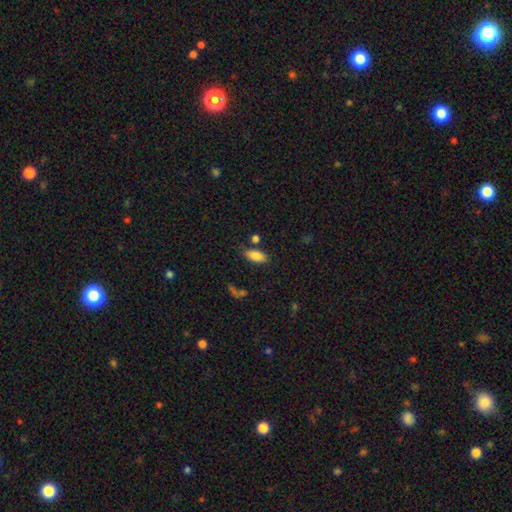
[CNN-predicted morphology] The model was most divided on "merging": none: 76%, minor disturbance: 13%, merger: 7%, major disturbance: 4%. More confident: how rounded — in between (88%); smooth or featured — smooth (84%).